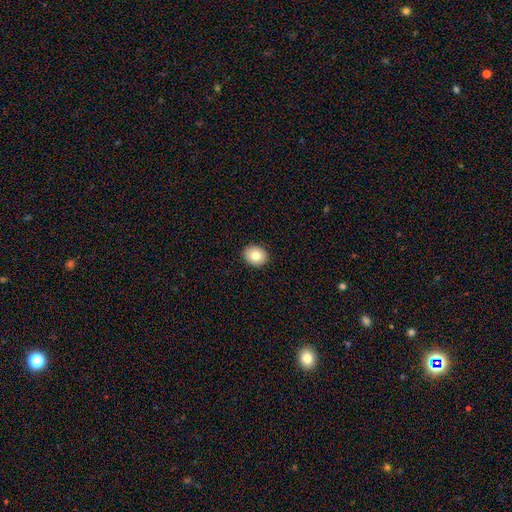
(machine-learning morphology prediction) smooth-or-featured: smooth: 82% | featured or disk: 10% | star or artifact: 9%
  how-rounded: round: 67% | in between: 33% | cigar-shaped: 1%
  merging: none: 92% | minor disturbance: 6% | major disturbance: 2% | merger: 1%